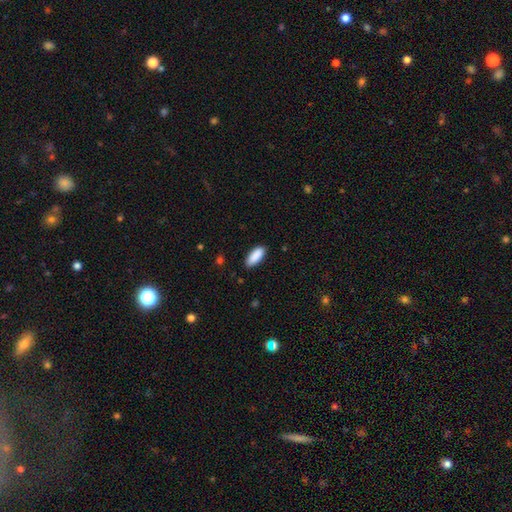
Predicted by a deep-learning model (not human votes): The model was most divided on "how rounded": in between: 77%, cigar-shaped: 21%, round: 2%. More confident: smooth or featured — smooth (90%); merging — none (87%).